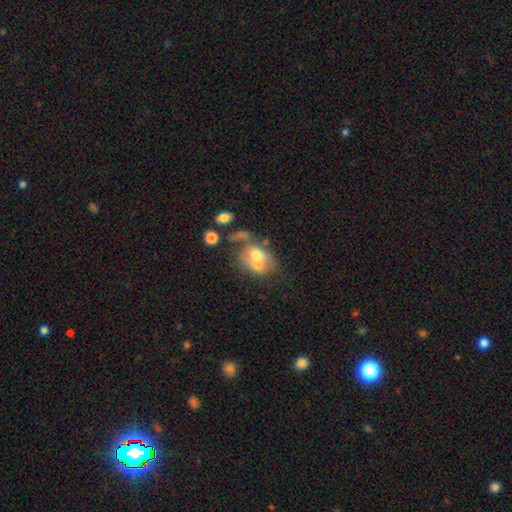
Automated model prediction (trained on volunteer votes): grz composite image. It shows a smooth galaxy with no disk features (59%) that is in between round and cigar-shaped (56%). Merging: merger (57%).